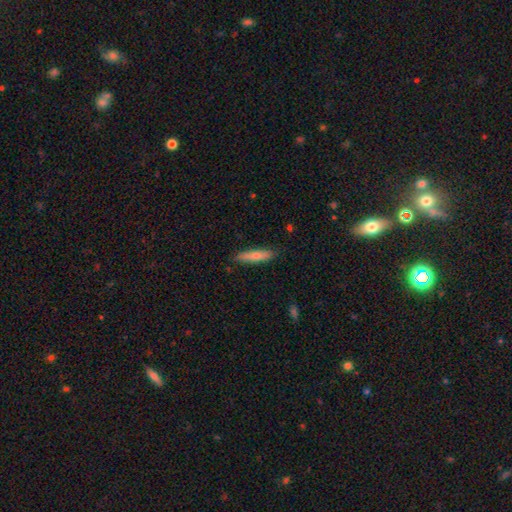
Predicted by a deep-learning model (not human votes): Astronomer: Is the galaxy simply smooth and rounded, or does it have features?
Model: smooth — 70%.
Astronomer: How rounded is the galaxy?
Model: cigar-shaped — 81%.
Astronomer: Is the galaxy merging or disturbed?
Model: none — 84%.